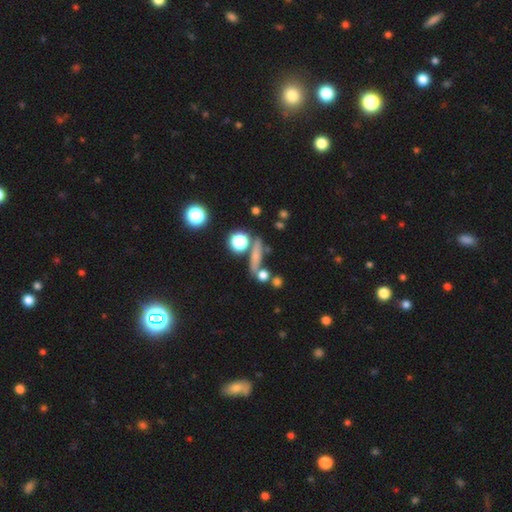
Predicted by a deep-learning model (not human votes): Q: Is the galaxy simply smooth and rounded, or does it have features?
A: smooth — 56%.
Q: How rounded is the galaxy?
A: cigar-shaped — 61%.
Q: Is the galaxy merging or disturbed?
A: none — 67%.